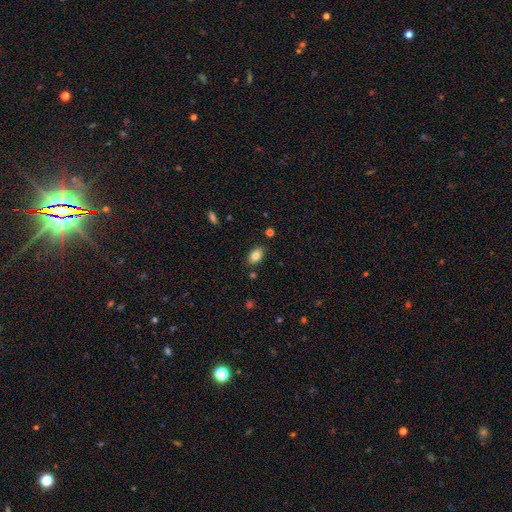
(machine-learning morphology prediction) smooth-or-featured: smooth: 82% | featured or disk: 9% | star or artifact: 9%
  how-rounded: in between: 87% | round: 11% | cigar-shaped: 2%
  merging: none: 84% | minor disturbance: 11% | merger: 3% | major disturbance: 2%